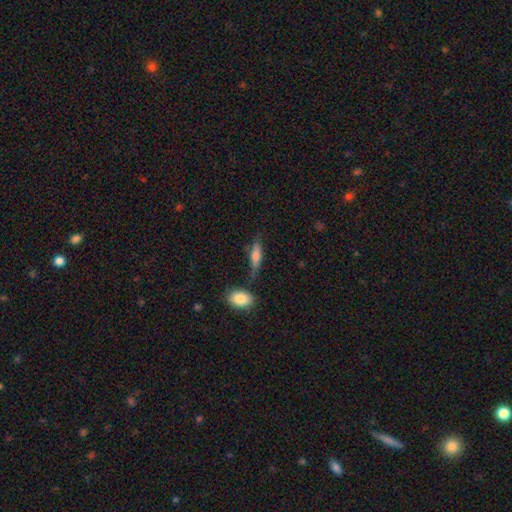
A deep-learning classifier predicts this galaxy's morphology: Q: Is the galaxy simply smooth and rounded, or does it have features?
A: smooth — 66%.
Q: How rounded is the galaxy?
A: cigar-shaped — 54%.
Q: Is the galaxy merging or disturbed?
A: none — 66%.